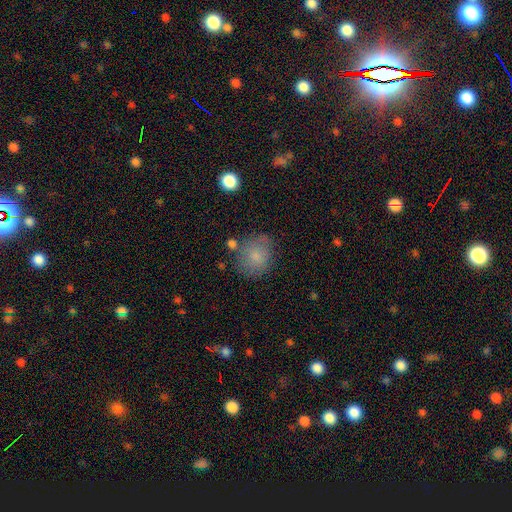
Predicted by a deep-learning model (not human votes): This appears to be a smooth galaxy with no disk features (78%) that is round (72%). Merging: none (66%).